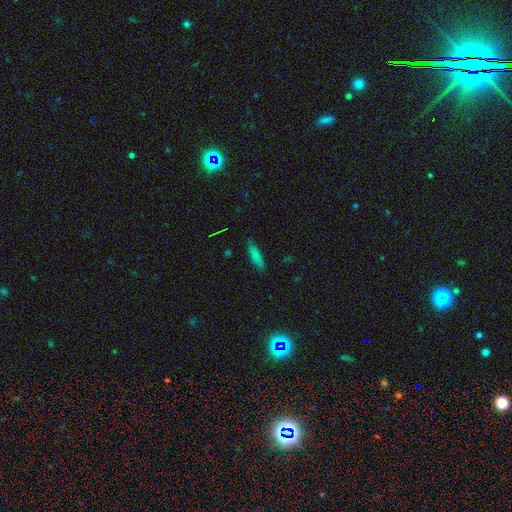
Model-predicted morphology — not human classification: Smooth or featured?
  - smooth: 78% *
  - star or artifact: 12%
  - featured or disk: 10%
How rounded?
  - cigar-shaped: 58% *
  - in between: 40%
  - round: 2%
Merging?
  - none: 81% *
  - minor disturbance: 15%
  - major disturbance: 3%
  - merger: 1%